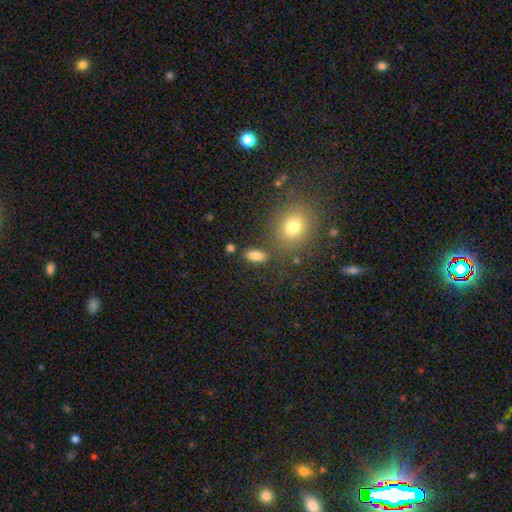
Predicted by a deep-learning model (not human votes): smooth-or-featured: smooth: 82% | star or artifact: 11% | featured or disk: 7%
  how-rounded: in between: 82% | cigar-shaped: 10% | round: 8%
  merging: none: 79% | minor disturbance: 11% | merger: 6% | major disturbance: 4%